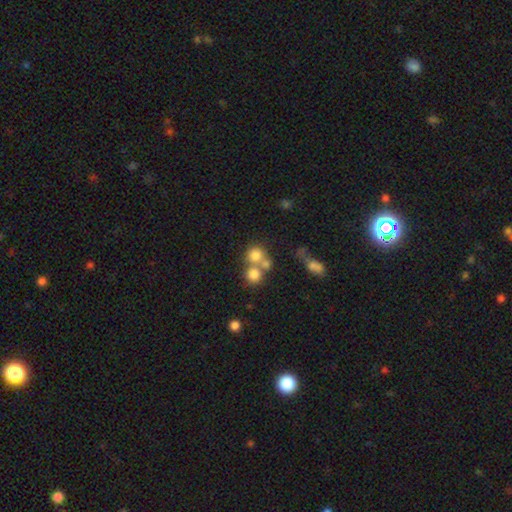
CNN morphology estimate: smooth-or-featured: smooth: 72% | star or artifact: 14% | featured or disk: 14%
  how-rounded: round: 87% | in between: 12% | cigar-shaped: 1%
  merging: merger: 45% | none: 44% | minor disturbance: 7% | major disturbance: 5%